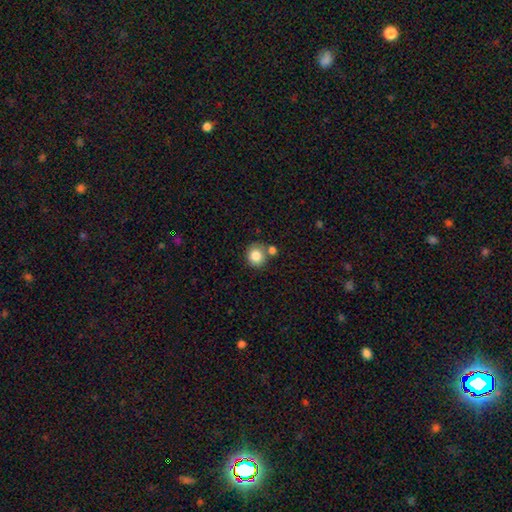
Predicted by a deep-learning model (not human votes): This appears to be a smooth galaxy with no disk features (84%) that is round (87%). Merging: none (66%).